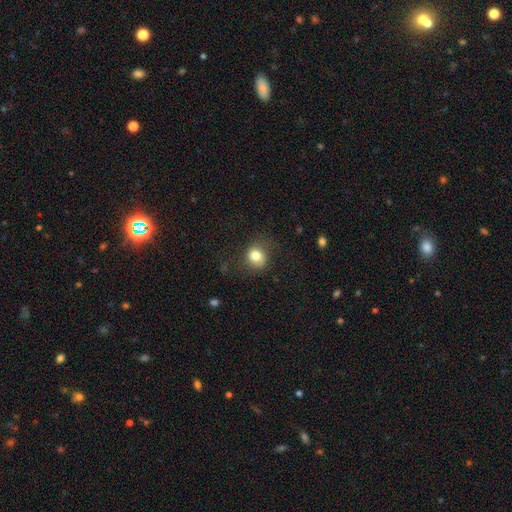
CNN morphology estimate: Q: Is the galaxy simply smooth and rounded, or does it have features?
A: smooth — 80%.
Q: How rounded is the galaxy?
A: round — 69%.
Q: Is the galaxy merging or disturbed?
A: none — 71%.